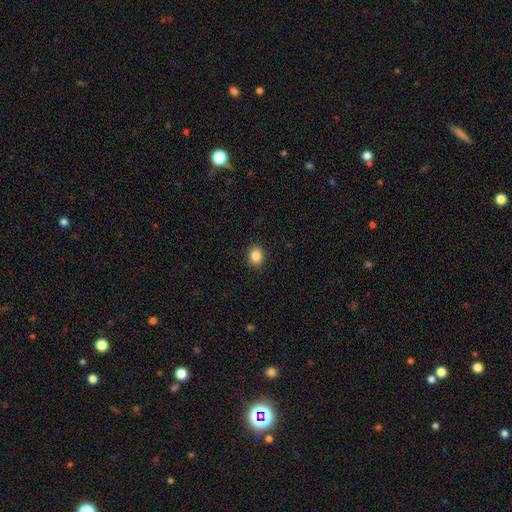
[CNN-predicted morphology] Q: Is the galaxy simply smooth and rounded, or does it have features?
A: smooth — 87%.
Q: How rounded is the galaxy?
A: round — 54%.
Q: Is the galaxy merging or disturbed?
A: none — 90%.